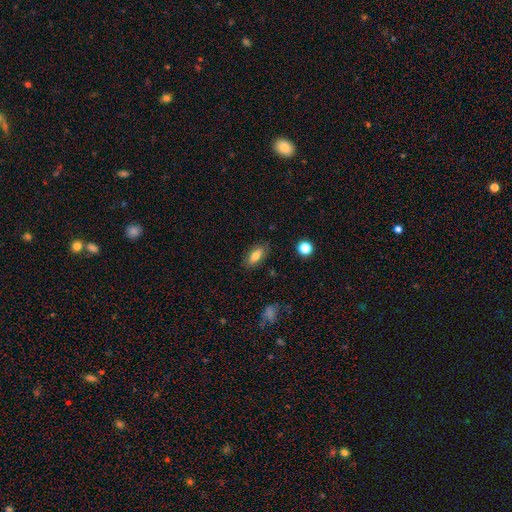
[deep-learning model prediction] A smooth galaxy with no disk features (77%) that is in between round and cigar-shaped (82%).

Vote fractions:
- Smooth or featured? smooth: 77% / featured or disk: 15% / star or artifact: 8%
- How rounded? in between: 82% / cigar-shaped: 14% / round: 4%
- Merging? none: 84% / minor disturbance: 12% / major disturbance: 3% / merger: 2%